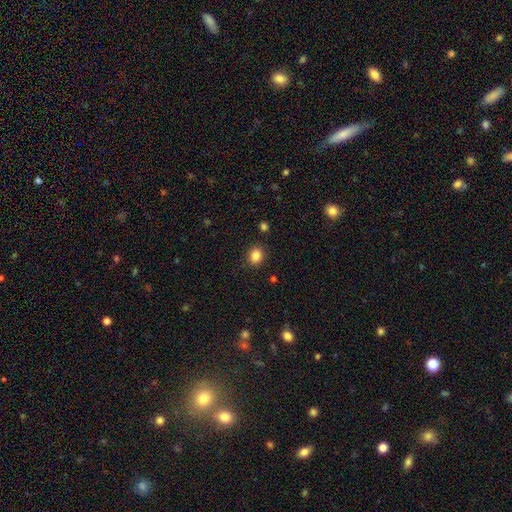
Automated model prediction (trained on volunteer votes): smooth 85%, star or artifact 11%, featured or disk 5%. Down the decision tree: how rounded — round (62%); merging — none (88%).